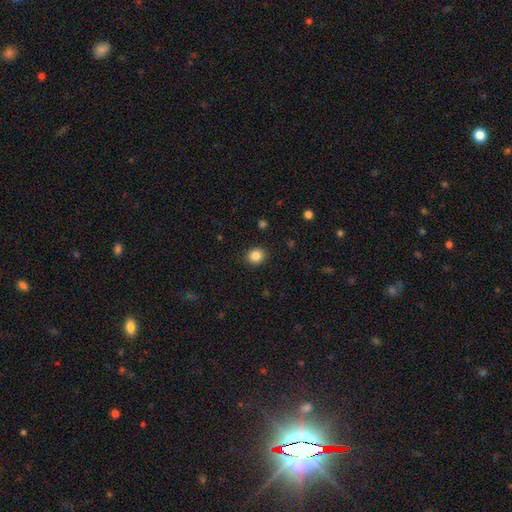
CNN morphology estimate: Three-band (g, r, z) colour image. It shows a smooth galaxy with no disk features (85%) that is round (81%). Merging: none (90%).